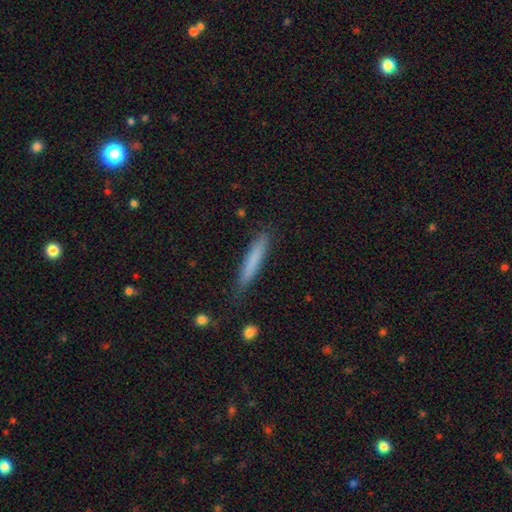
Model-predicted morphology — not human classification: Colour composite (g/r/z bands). It shows a smooth galaxy with no disk features (77%) that is cigar-shaped (94%). Merging: none (82%).